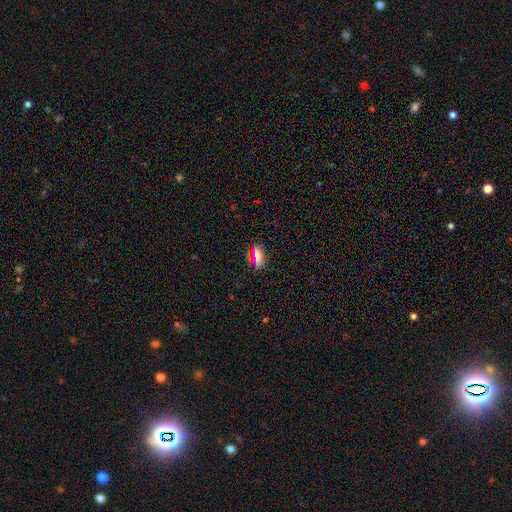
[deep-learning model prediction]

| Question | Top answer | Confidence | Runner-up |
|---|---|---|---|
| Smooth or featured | smooth | 66% | star or artifact (17%) |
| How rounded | in between | 64% | cigar-shaped (26%) |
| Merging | none | 84% | minor disturbance (12%) |